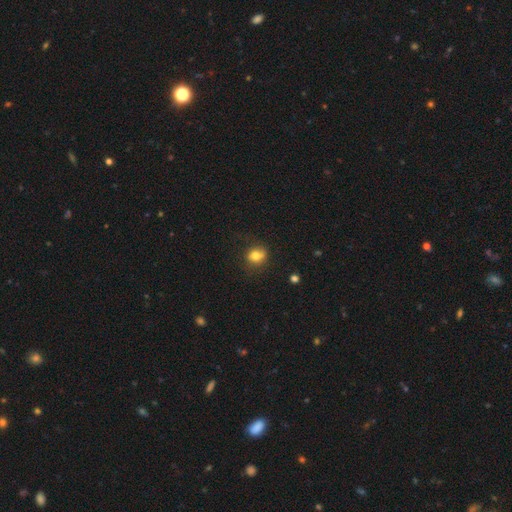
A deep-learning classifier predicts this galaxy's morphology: This appears to be a smooth galaxy with no disk features (75%) that is round (66%). Merging: none (61%).